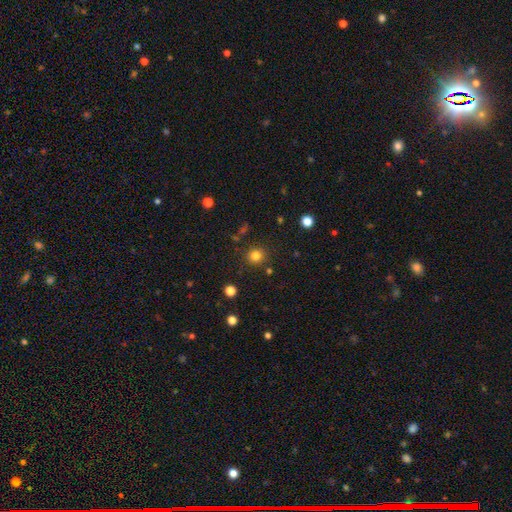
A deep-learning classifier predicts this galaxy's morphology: Smooth or featured? smooth (80%)
How rounded? round (90%)
Merging? none (87%)